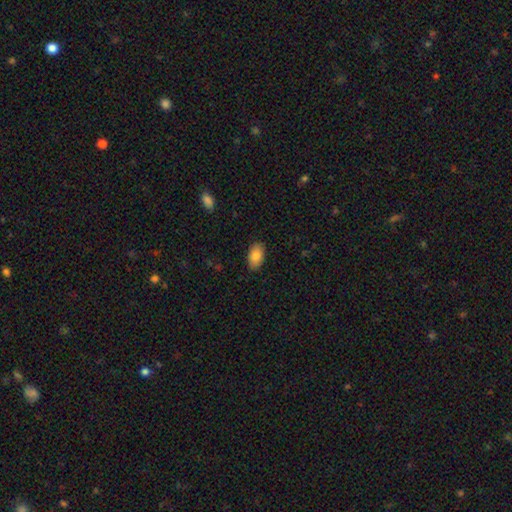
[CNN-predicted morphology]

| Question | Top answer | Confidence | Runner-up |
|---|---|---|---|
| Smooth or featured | smooth | 85% | featured or disk (8%) |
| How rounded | in between | 93% | round (6%) |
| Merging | none | 87% | minor disturbance (10%) |